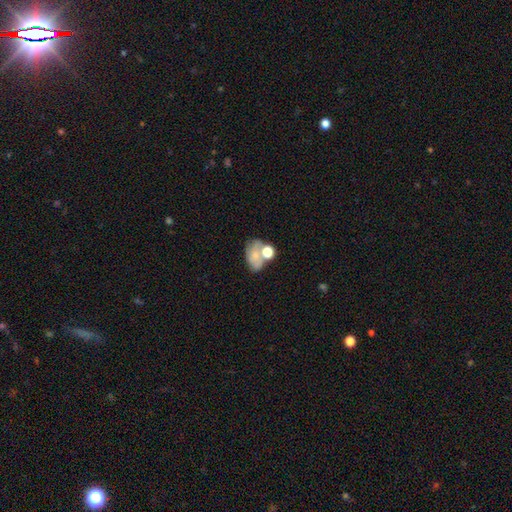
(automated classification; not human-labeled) Smooth or featured? smooth (64%)
How rounded? in between (77%)
Merging? merger (39%)